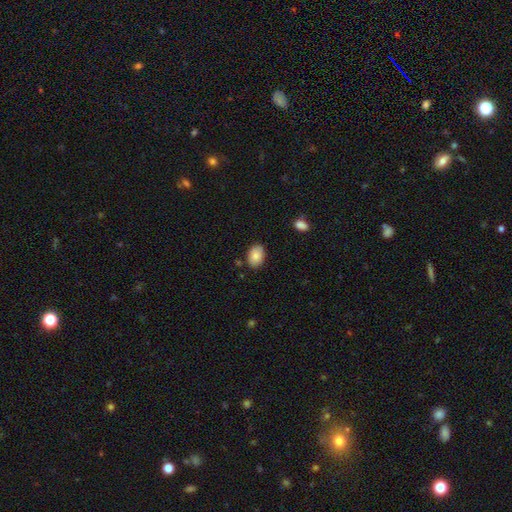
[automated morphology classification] Overall: smooth (87%). How rounded: in between (84%). Merging: none (83%).